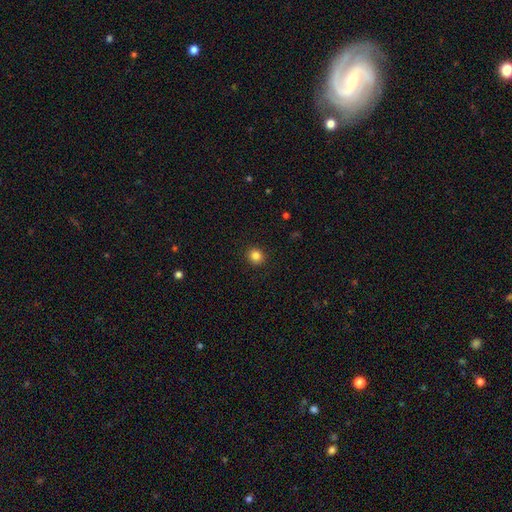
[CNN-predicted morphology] Smooth or featured?
  - smooth: 85% *
  - star or artifact: 11%
  - featured or disk: 4%
How rounded?
  - round: 87% *
  - in between: 12%
  - cigar-shaped: 1%
Merging?
  - none: 92% *
  - minor disturbance: 5%
  - major disturbance: 2%
  - merger: 1%